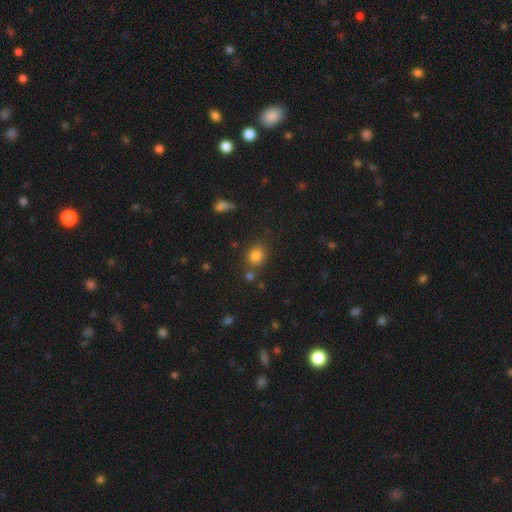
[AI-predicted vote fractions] smooth-or-featured: smooth: 82% | star or artifact: 12% | featured or disk: 6%
  how-rounded: round: 76% | in between: 23% | cigar-shaped: 1%
  merging: none: 74% | minor disturbance: 12% | merger: 10% | major disturbance: 4%